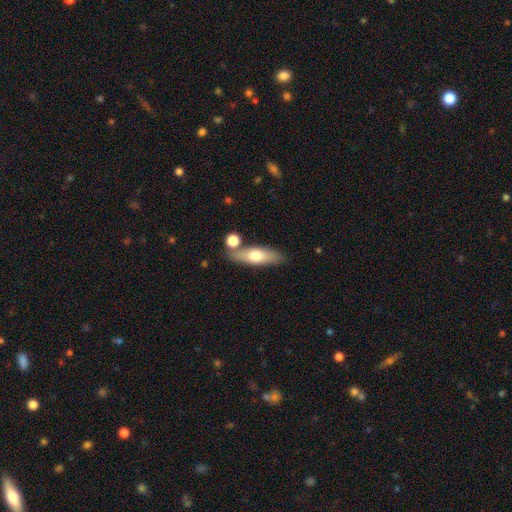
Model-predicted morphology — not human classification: smooth_or_featured: smooth (p=0.61) [alt: featured or disk p=0.33]
how_rounded: cigar-shaped (p=0.50) [alt: in between p=0.46]
merging: none (p=0.72) [alt: minor disturbance p=0.12]